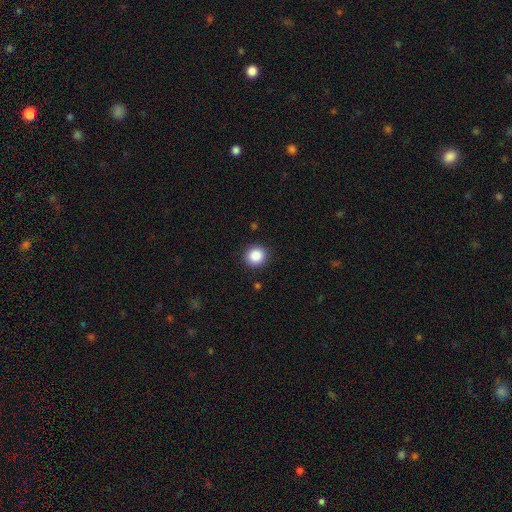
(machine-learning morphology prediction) Smooth or featured? Predicted: smooth (p=0.87). How rounded? Predicted: round (p=0.92). Merging? Predicted: none (p=0.92).